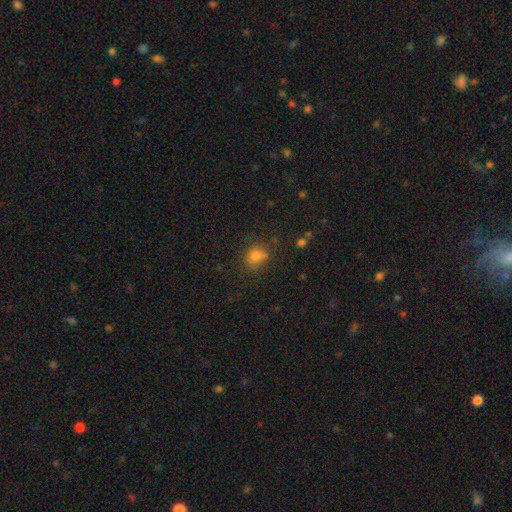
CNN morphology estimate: Smooth or featured?
  - smooth: 77% *
  - star or artifact: 15%
  - featured or disk: 8%
How rounded?
  - round: 67% *
  - in between: 32%
  - cigar-shaped: 1%
Merging?
  - none: 60% *
  - minor disturbance: 19%
  - merger: 14%
  - major disturbance: 7%